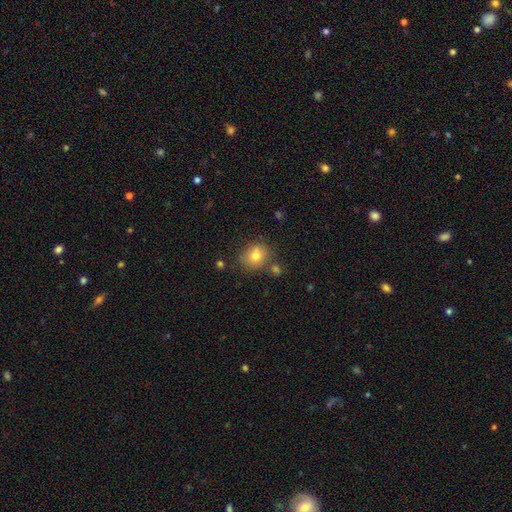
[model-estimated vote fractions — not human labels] smooth 77%, featured or disk 12%, star or artifact 11%. Down the decision tree: how rounded — round (73%); merging — none (72%).